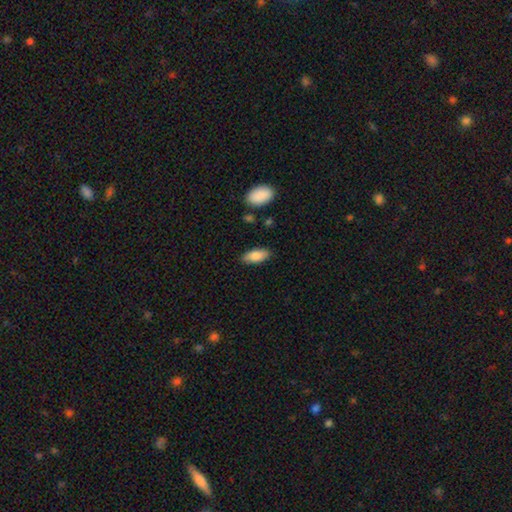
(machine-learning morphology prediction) Q: Smooth or featured?
A: smooth (84%); runner-up: featured or disk (10%)
Q: How rounded?
A: in between (85%); runner-up: cigar-shaped (12%)
Q: Merging?
A: none (84%); runner-up: minor disturbance (11%)